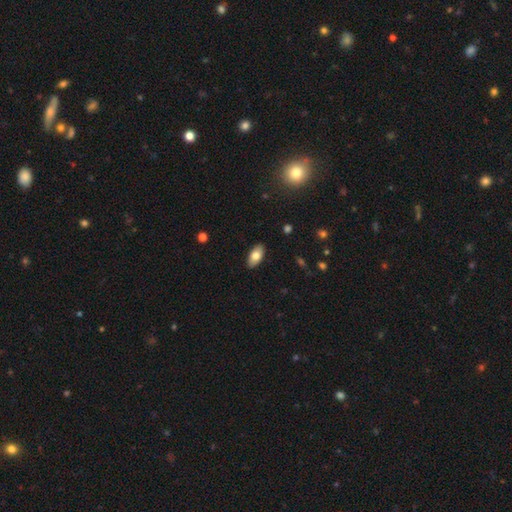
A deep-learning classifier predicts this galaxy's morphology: smooth_or_featured: smooth (p=0.77) [alt: featured or disk p=0.16]
how_rounded: in between (p=0.92) [alt: cigar-shaped p=0.05]
merging: none (p=0.88) [alt: minor disturbance p=0.09]